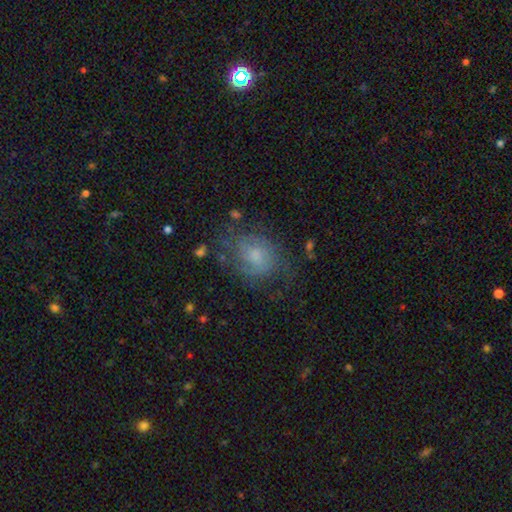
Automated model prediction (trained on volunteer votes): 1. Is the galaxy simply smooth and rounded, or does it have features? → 56% featured or disk, 32% smooth, 12% star or artifact.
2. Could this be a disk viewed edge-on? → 97% no, 3% yes.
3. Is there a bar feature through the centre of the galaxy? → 64% no, 31% weak, 5% strong.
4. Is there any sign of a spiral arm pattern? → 79% yes, 21% no.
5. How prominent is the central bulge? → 42% moderate, 38% small, 10% none, 8% large, 2% dominant.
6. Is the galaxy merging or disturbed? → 62% none, 22% minor disturbance, 14% major disturbance, 2% merger.